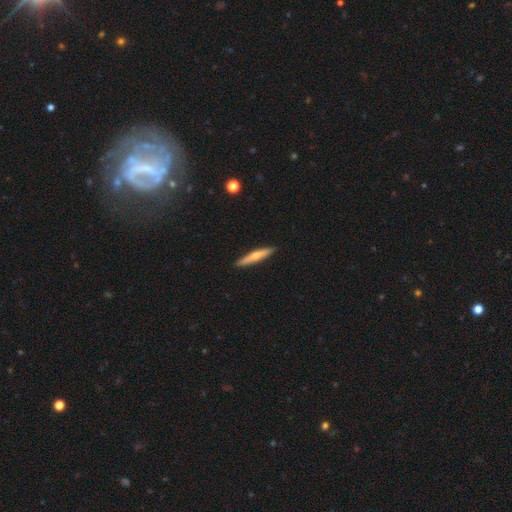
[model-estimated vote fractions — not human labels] smooth 53%, featured or disk 41%, star or artifact 6%. Down the decision tree: how rounded — cigar-shaped (91%); merging — none (91%).